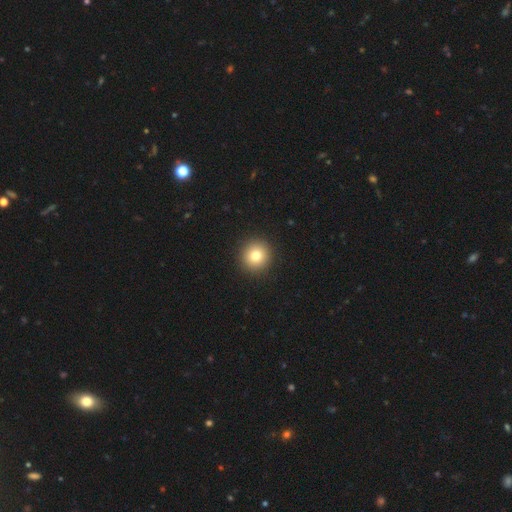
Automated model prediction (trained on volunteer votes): smooth-or-featured: smooth: 79% | star or artifact: 11% | featured or disk: 9%
  how-rounded: round: 94% | in between: 5% | cigar-shaped: 1%
  merging: none: 93% | minor disturbance: 4% | major disturbance: 2% | merger: 1%